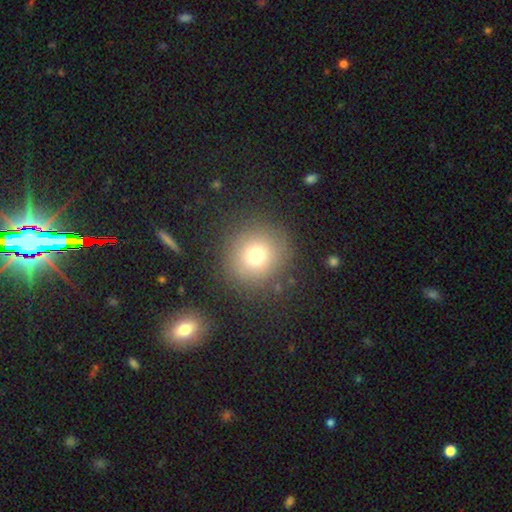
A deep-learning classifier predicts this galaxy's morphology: The model was most divided on "smooth or featured": smooth: 75%, star or artifact: 14%, featured or disk: 11%. More confident: how rounded — round (90%); merging — none (85%).